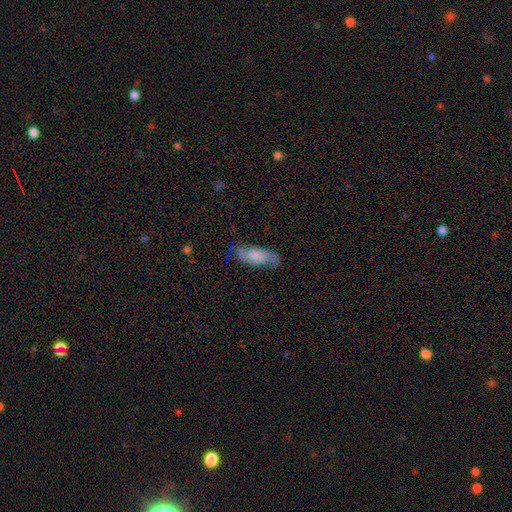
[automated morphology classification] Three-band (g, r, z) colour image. It shows a featured or disk galaxy (48%). Merging: none (72%).